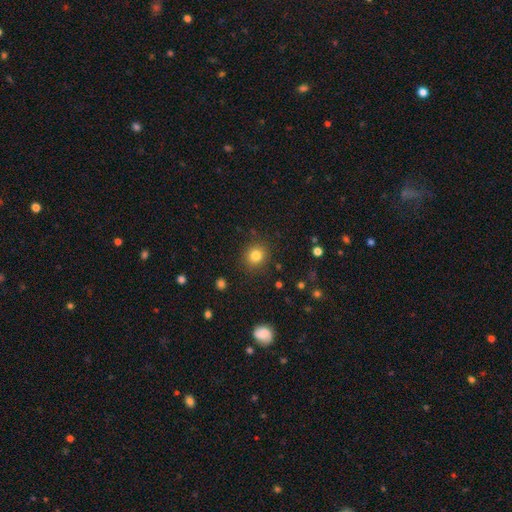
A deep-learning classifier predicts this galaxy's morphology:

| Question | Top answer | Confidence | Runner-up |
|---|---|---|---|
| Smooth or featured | smooth | 81% | star or artifact (12%) |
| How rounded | round | 82% | in between (17%) |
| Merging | none | 88% | minor disturbance (8%) |